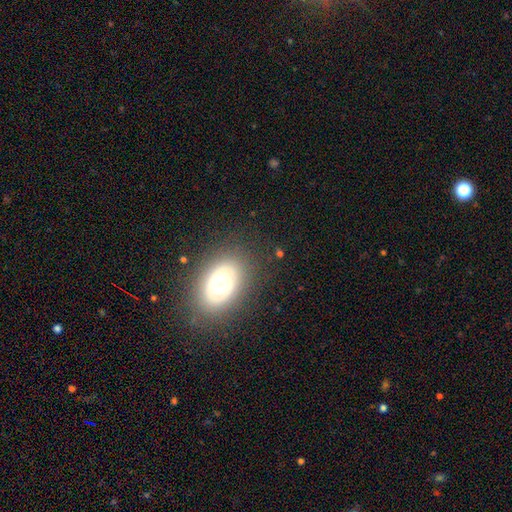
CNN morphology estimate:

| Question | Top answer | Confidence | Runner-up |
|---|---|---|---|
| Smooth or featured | smooth | 66% | star or artifact (18%) |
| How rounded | in between | 83% | round (15%) |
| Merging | none | 86% | minor disturbance (10%) |